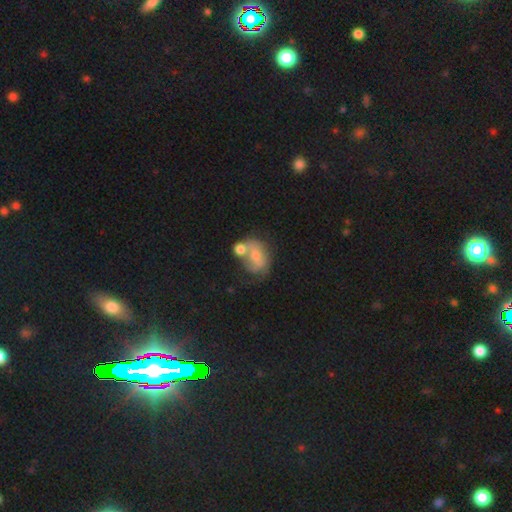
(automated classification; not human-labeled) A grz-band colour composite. It shows a smooth galaxy with no disk features (53%) that is in between round and cigar-shaped (58%). Merging: merger (45%).